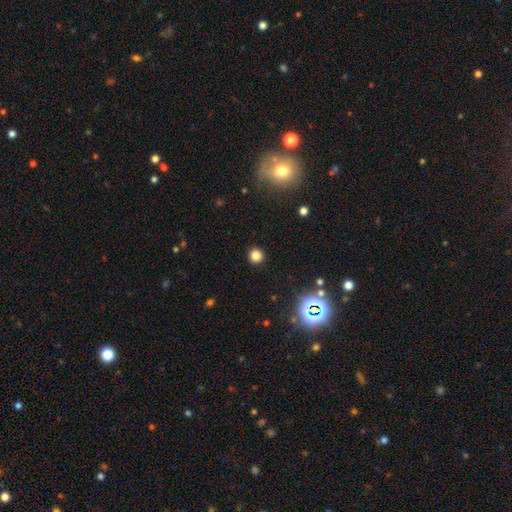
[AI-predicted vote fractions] Smooth or featured: smooth — 81% (star or artifact — 15%)
How rounded: round — 94% (in between — 5%)
Merging: none — 92% (minor disturbance — 5%)